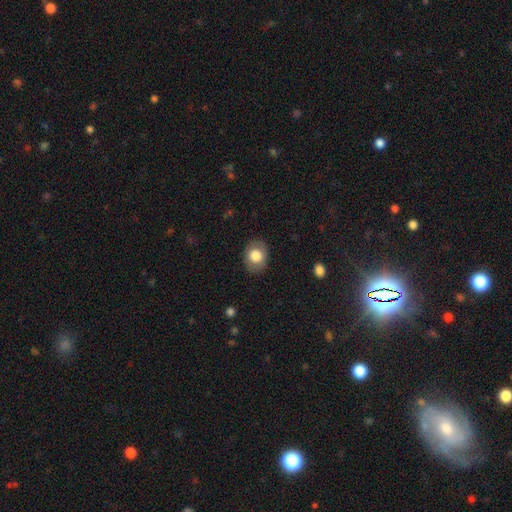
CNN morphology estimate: This is likely a smooth galaxy (77%). How rounded: possibly in between (55%). Merging: clearly none (83%).